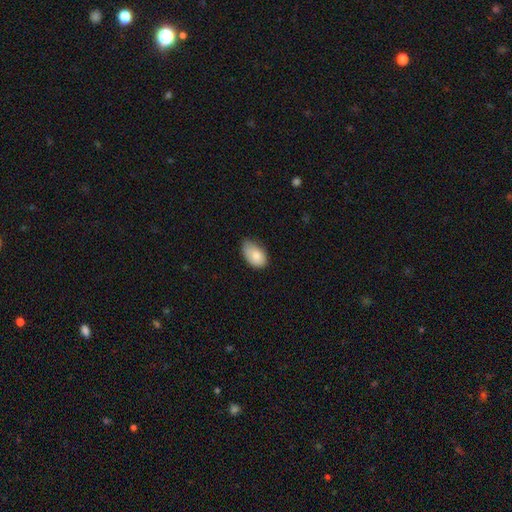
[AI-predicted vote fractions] Overall: smooth (82%). How rounded: in between (91%). Merging: none (48%; minor disturbance 42%).